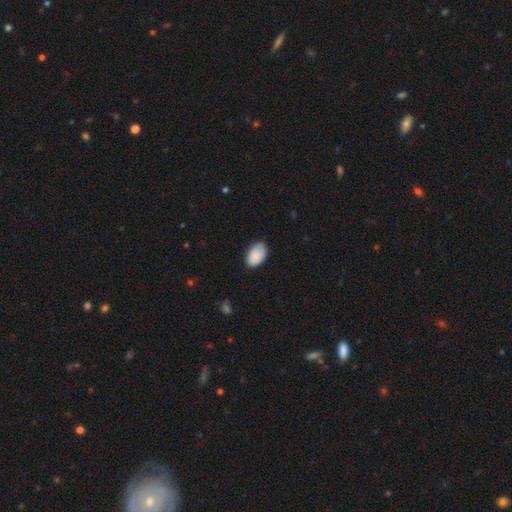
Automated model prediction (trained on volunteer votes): Smooth or featured: smooth — 88% (star or artifact — 6%)
How rounded: in between — 94% (round — 5%)
Merging: none — 78% (minor disturbance — 18%)